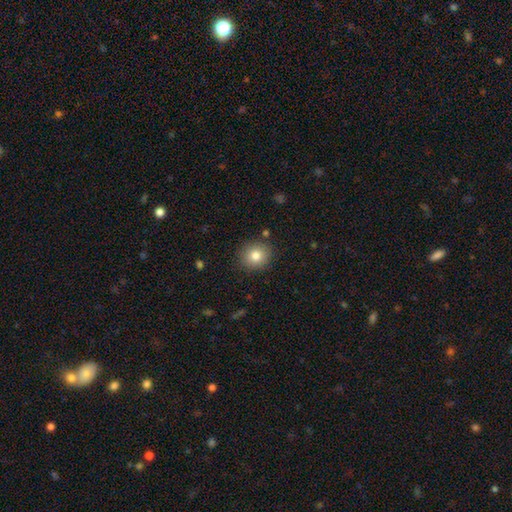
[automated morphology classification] Q: Smooth or featured?
A: smooth (81%); runner-up: star or artifact (11%)
Q: How rounded?
A: round (87%); runner-up: in between (12%)
Q: Merging?
A: none (88%); runner-up: minor disturbance (8%)